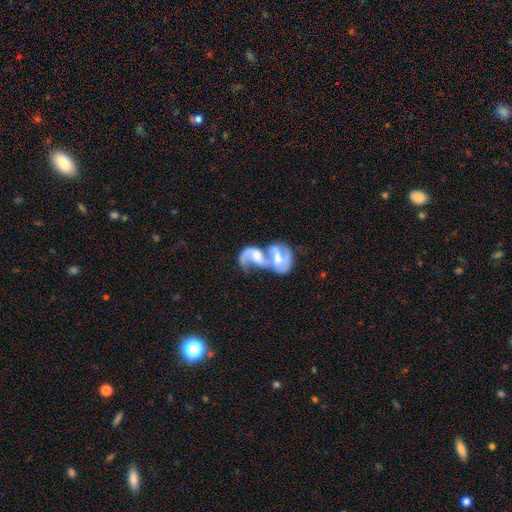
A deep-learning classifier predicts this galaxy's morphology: This appears to be a featured or disk galaxy (70%) with no bar (50%), 2 (52%) loose (54%) spiral arms (81%) and a moderate central bulge (47%). Merging: merger (80%).